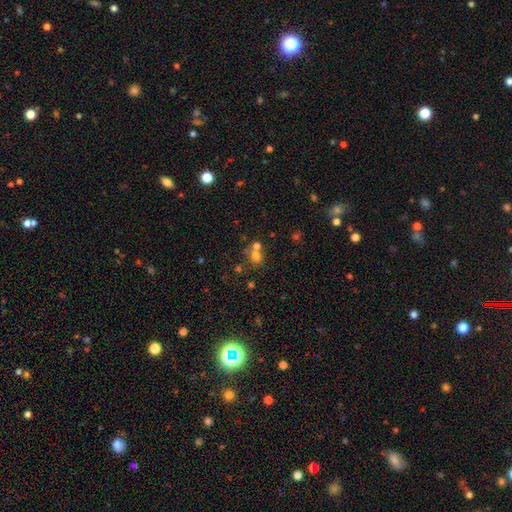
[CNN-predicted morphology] smooth 64%, star or artifact 20%, featured or disk 16%. Down the decision tree: how rounded — round (73%); merging — merger (46%).